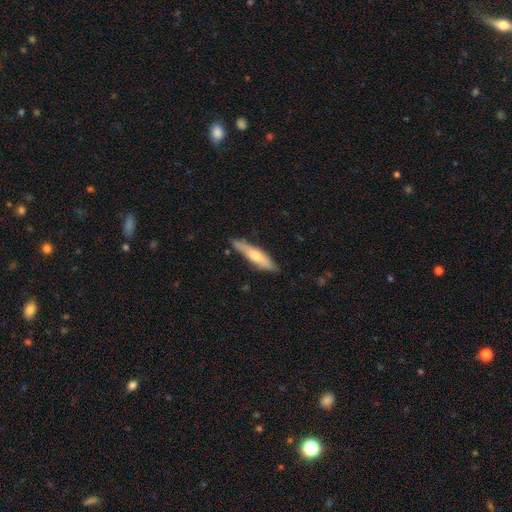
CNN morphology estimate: This appears to be a smooth galaxy with no disk features (51%) that is cigar-shaped (80%). Merging: none (80%).